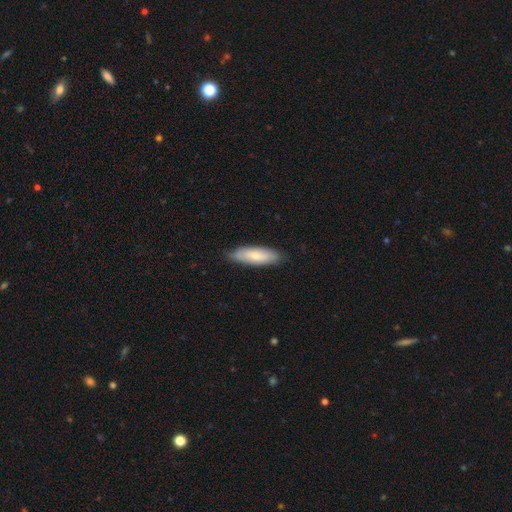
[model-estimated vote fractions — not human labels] smooth 66%, featured or disk 28%, star or artifact 5%. Down the decision tree: how rounded — in between (56%); merging — none (82%).